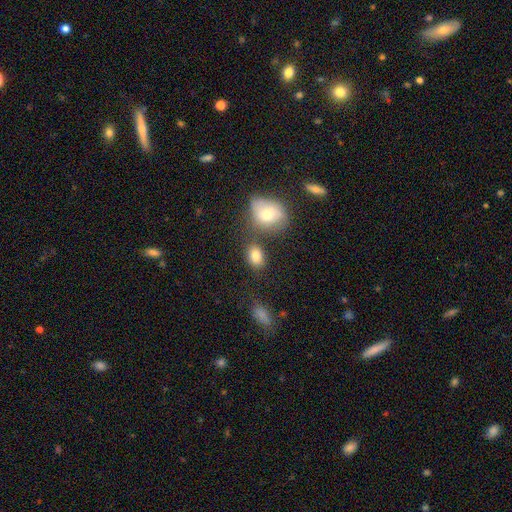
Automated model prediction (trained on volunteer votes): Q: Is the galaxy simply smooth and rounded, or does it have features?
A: smooth — 82%.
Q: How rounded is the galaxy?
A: in between — 72%.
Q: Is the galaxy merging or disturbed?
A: none — 66%.